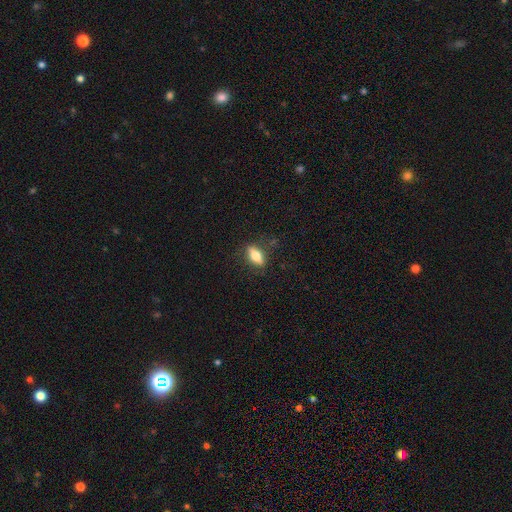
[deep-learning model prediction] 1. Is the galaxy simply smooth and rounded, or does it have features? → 66% smooth, 26% featured or disk, 8% star or artifact.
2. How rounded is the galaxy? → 69% in between, 27% cigar-shaped, 5% round.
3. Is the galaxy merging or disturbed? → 82% none, 13% minor disturbance, 4% major disturbance, 1% merger.